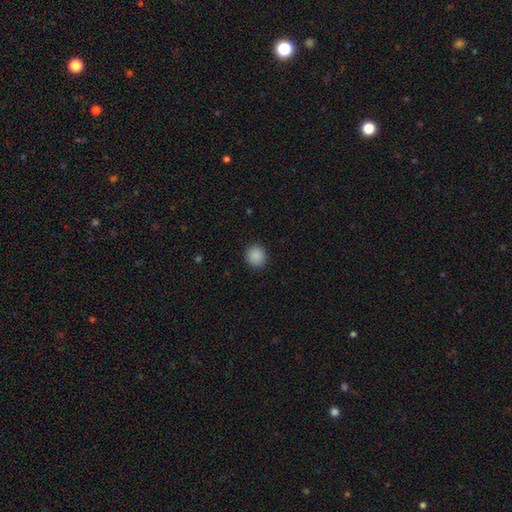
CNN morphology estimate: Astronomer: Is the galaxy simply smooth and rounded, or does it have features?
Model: smooth — 89%.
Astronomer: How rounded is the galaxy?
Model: round — 89%.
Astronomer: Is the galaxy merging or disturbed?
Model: none — 91%.